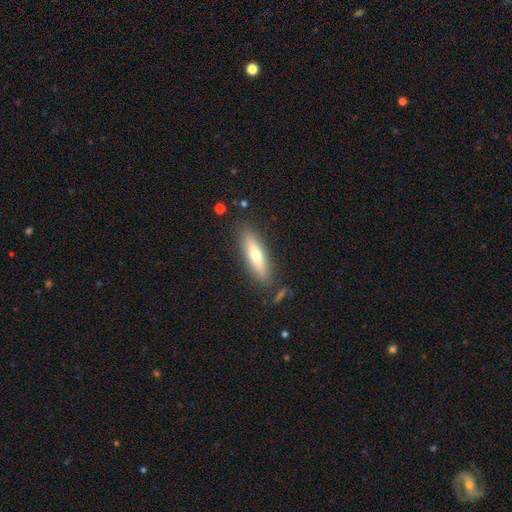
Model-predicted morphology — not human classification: The model was most divided on "how rounded": cigar-shaped: 59%, in between: 39%, round: 2%. More confident: merging — none (84%); smooth or featured — smooth (65%).